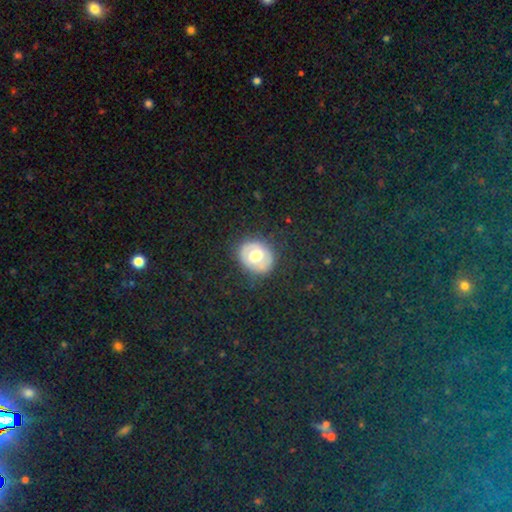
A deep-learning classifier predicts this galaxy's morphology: smooth 48%, featured or disk 42%, star or artifact 10%. Down the decision tree: merging — none (78%).